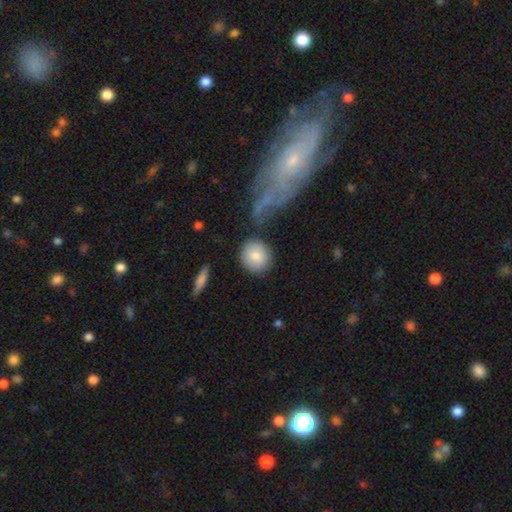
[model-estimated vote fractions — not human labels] Morphology: type=smooth (84%); roundness=round (82%); merging=none (77%).